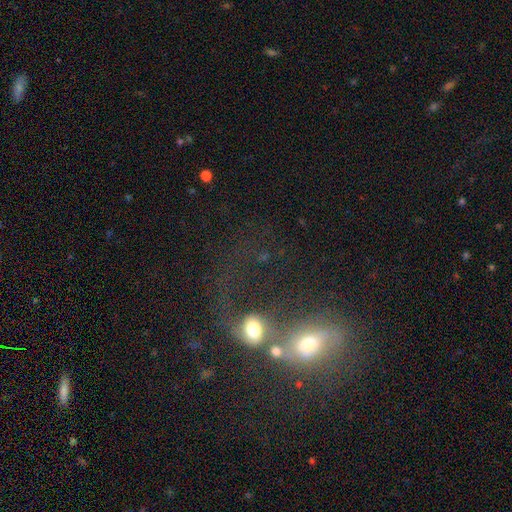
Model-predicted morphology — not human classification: Overall: smooth (45%; featured or disk 35%). Merging: merger (68%).